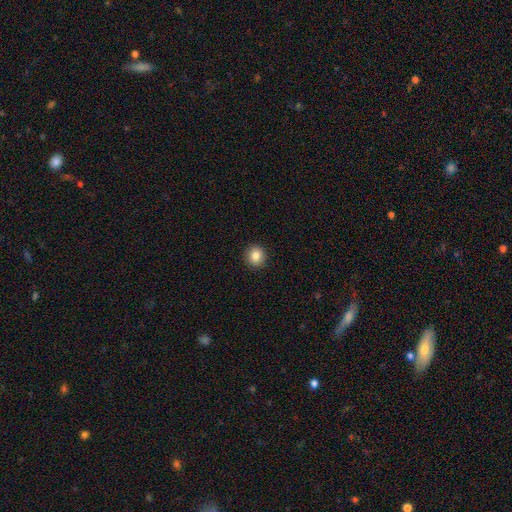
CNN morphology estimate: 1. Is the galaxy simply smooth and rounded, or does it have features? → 85% smooth, 10% star or artifact, 6% featured or disk.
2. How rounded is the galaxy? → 88% round, 11% in between, 1% cigar-shaped.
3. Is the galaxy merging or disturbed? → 92% none, 5% minor disturbance, 2% major disturbance, 1% merger.